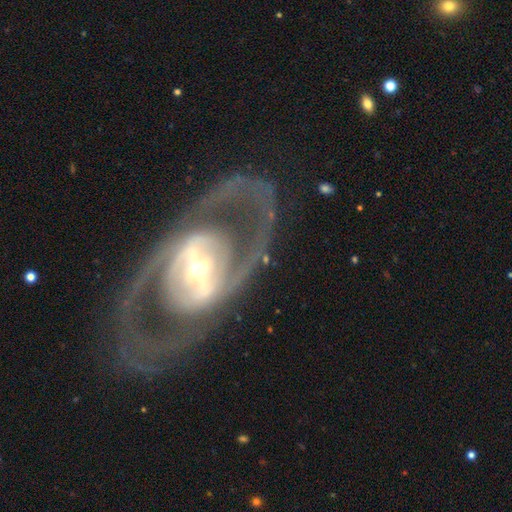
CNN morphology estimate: A featured or disk galaxy (86%) with a strong bar (48%), 2 (82%) medium (47%) spiral arms (73%) and a moderate central bulge (45%).

Vote fractions:
- Smooth or featured? featured or disk: 86% / smooth: 8% / star or artifact: 5%
- Edge-on disk? no: 92% / yes: 8%
- Bar? strong: 48% / weak: 29% / no: 23%
- Spiral arms? yes: 73% / no: 27%
- Spiral winding? medium: 47% / tight: 32% / loose: 21%
- Spiral arm count? 2: 82% / can't tell: 10% / 3: 3% / 1: 2% / 4: 1% / more than 4: 1%
- Bulge size? moderate: 45% / small: 42% / large: 10% / dominant: 2% / none: 1%
- Merging? none: 75% / major disturbance: 13% / minor disturbance: 11% / merger: 2%